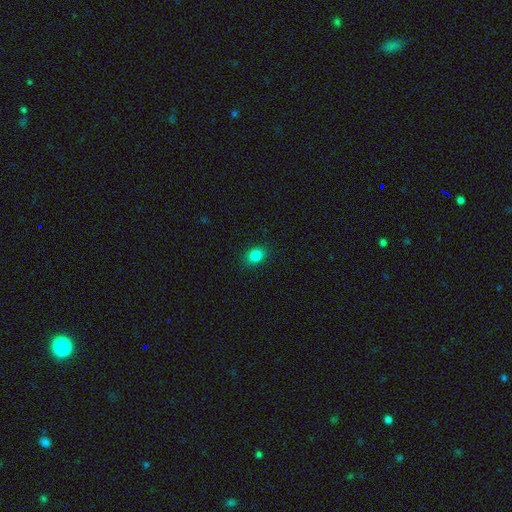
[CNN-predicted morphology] This appears to be a smooth galaxy with no disk features (83%) that is in between round and cigar-shaped (57%). Merging: none (87%).